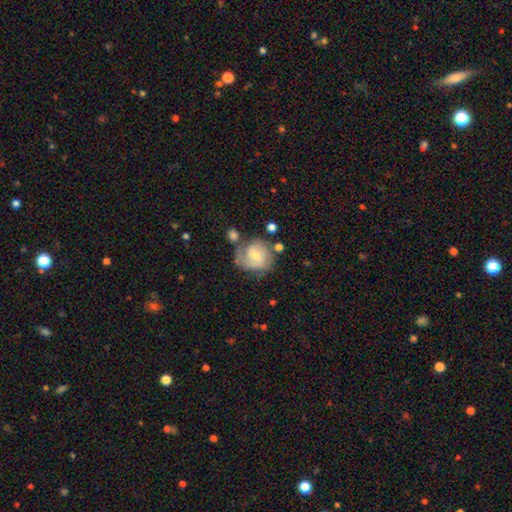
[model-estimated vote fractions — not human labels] featured or disk 65%, smooth 28%, star or artifact 7%. Down the decision tree: edge-on disk — no (97%); bar — no (50%); spiral arms — yes (88%); spiral arm count — 2 (51%); spiral winding — tight (47%); bulge size — moderate (47%, tied with small); merging — none (52%).